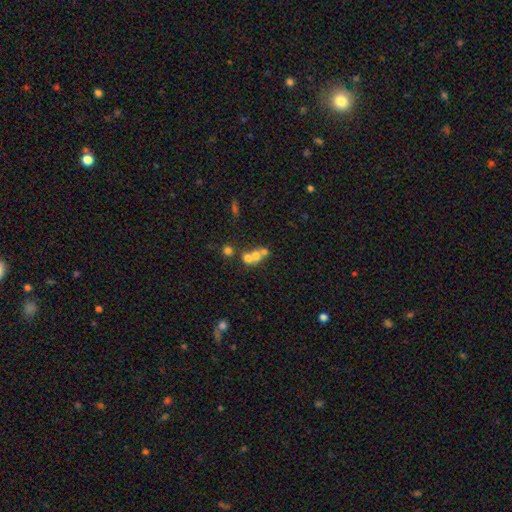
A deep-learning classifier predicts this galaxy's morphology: Q: Smooth or featured?
A: smooth (60%); runner-up: featured or disk (25%)
Q: How rounded?
A: round (71%); runner-up: in between (27%)
Q: Merging?
A: merger (62%); runner-up: none (28%)